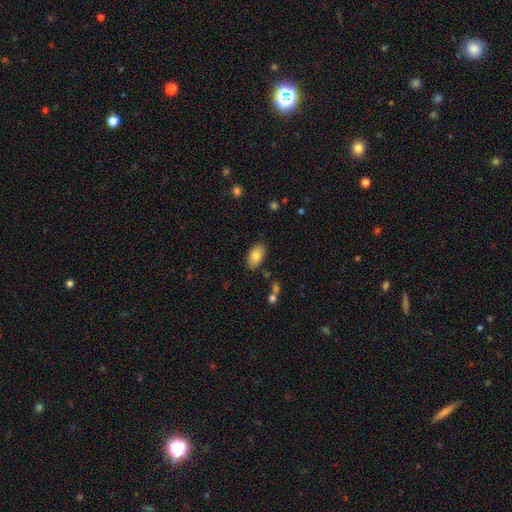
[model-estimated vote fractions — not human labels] smooth-or-featured: smooth: 82% | featured or disk: 11% | star or artifact: 7%
  how-rounded: in between: 93% | round: 4% | cigar-shaped: 2%
  merging: none: 84% | minor disturbance: 11% | major disturbance: 3% | merger: 2%